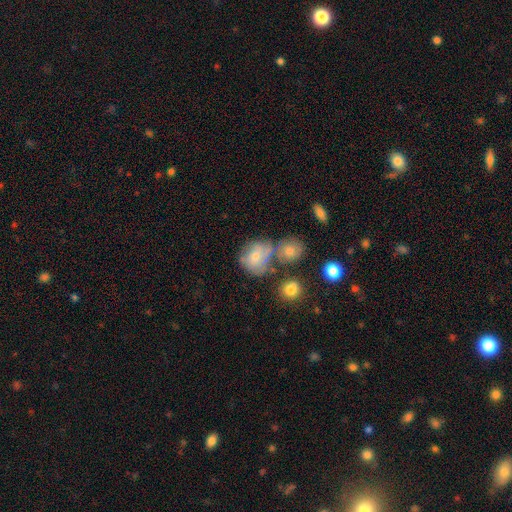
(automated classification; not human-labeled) Overall: smooth (51%; featured or disk 35%). How rounded: round (70%). Merging: none (43%; merger 30%).